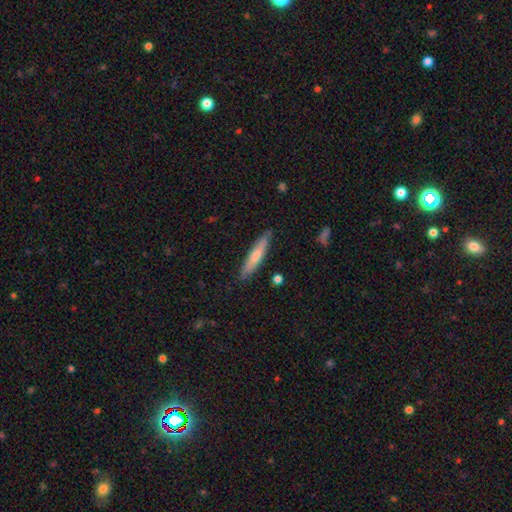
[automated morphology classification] The model was most divided on "smooth or featured": smooth: 57%, featured or disk: 37%, star or artifact: 6%. More confident: how rounded — cigar-shaped (89%); merging — none (87%).